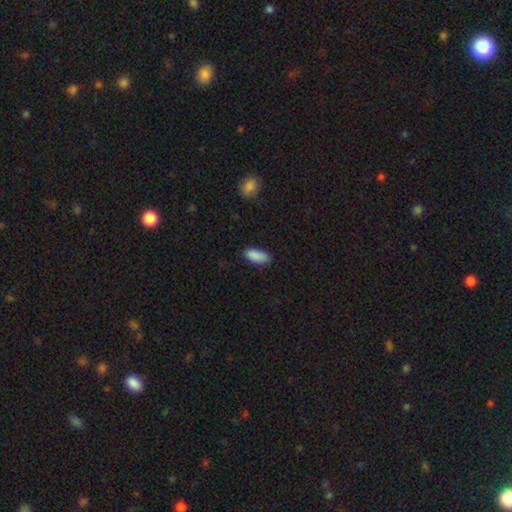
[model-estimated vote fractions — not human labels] smooth_or_featured: smooth (p=0.89) [alt: star or artifact p=0.07]
how_rounded: in between (p=0.88) [alt: cigar-shaped p=0.10]
merging: none (p=0.80) [alt: minor disturbance p=0.16]